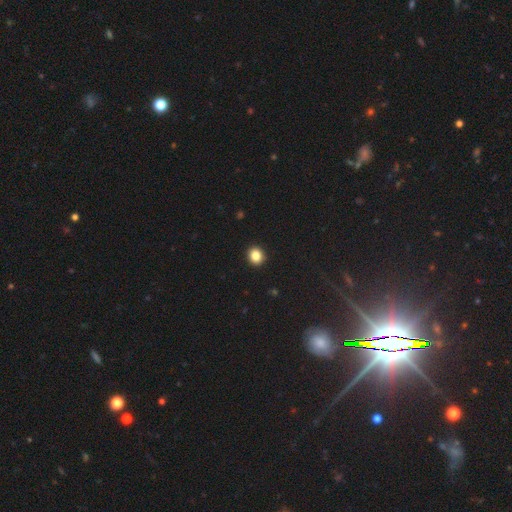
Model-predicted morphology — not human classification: Q: Smooth or featured?
A: smooth (85%); runner-up: star or artifact (10%)
Q: How rounded?
A: round (81%); runner-up: in between (18%)
Q: Merging?
A: none (93%); runner-up: minor disturbance (4%)